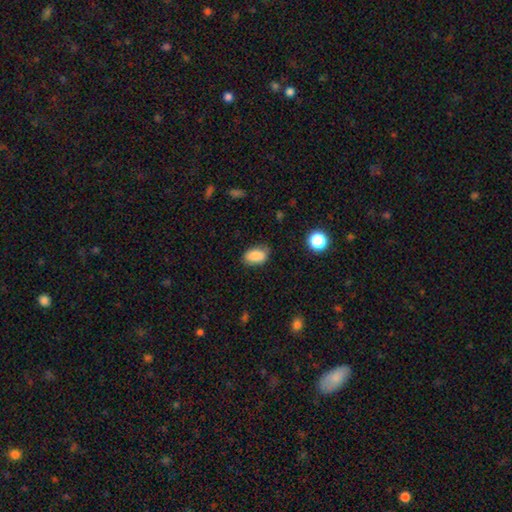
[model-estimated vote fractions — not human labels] A smooth galaxy with no disk features (86%) that is in between round and cigar-shaped (88%).

Vote fractions:
- Smooth or featured? smooth: 86% / star or artifact: 8% / featured or disk: 6%
- How rounded? in between: 88% / round: 10% / cigar-shaped: 2%
- Merging? none: 74% / minor disturbance: 20% / major disturbance: 4% / merger: 2%